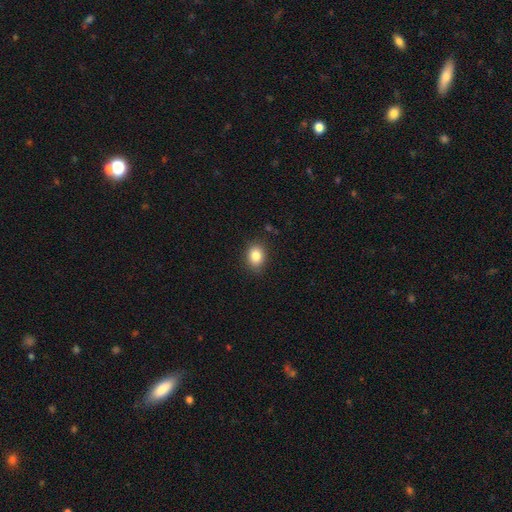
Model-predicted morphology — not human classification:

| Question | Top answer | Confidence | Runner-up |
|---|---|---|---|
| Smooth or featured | smooth | 85% | star or artifact (9%) |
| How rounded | in between | 56% | round (43%) |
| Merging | none | 86% | minor disturbance (11%) |